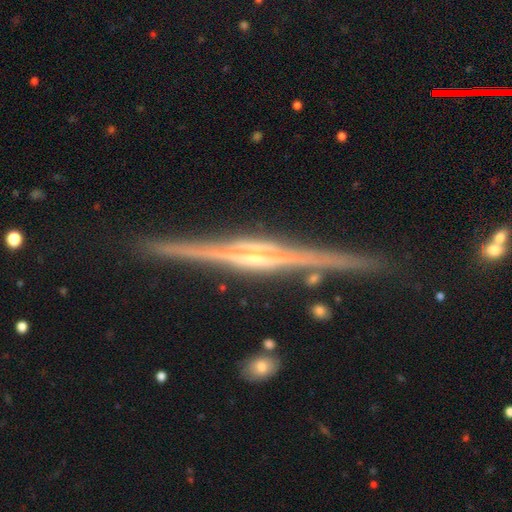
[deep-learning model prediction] Smooth or featured: featured or disk — 91% (star or artifact — 5%)
Edge-on disk: yes — 98% (no — 2%)
Edge-on bulge: rounded — 64% (boxy — 26%)
Merging: none — 90% (minor disturbance — 7%)